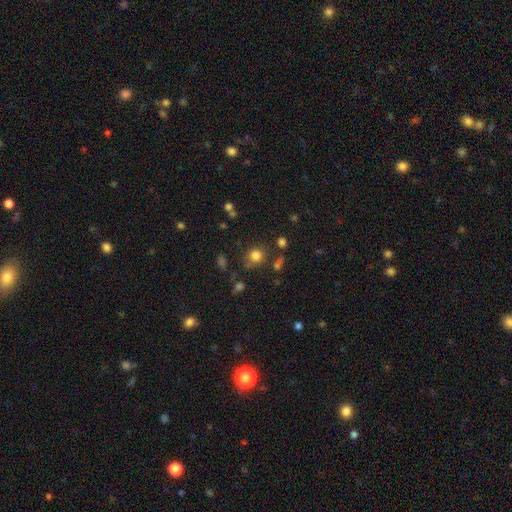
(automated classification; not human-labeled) smooth 78%, star or artifact 15%, featured or disk 7%. Down the decision tree: how rounded — round (84%); merging — none (75%).